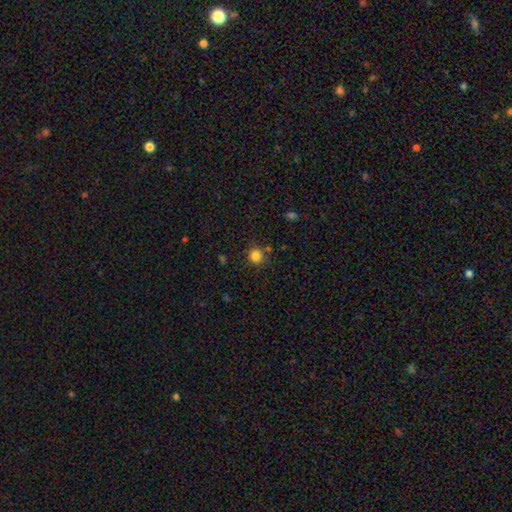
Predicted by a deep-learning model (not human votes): smooth-or-featured: smooth: 83% | star or artifact: 13% | featured or disk: 5%
  how-rounded: round: 89% | in between: 10% | cigar-shaped: 1%
  merging: none: 78% | minor disturbance: 12% | merger: 6% | major disturbance: 4%